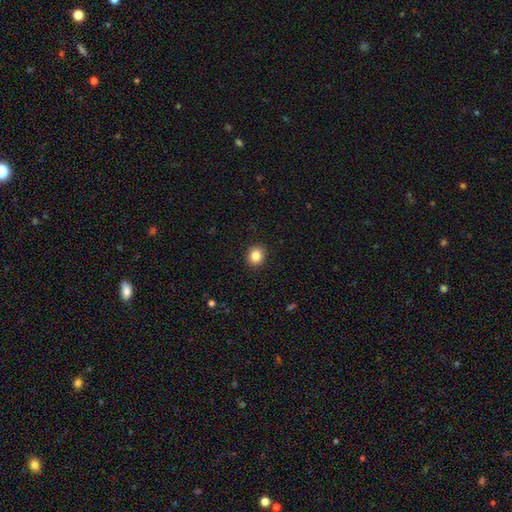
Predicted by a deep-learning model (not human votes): Q: Smooth or featured?
A: smooth (86%); runner-up: star or artifact (10%)
Q: How rounded?
A: round (79%); runner-up: in between (20%)
Q: Merging?
A: none (91%); runner-up: minor disturbance (6%)